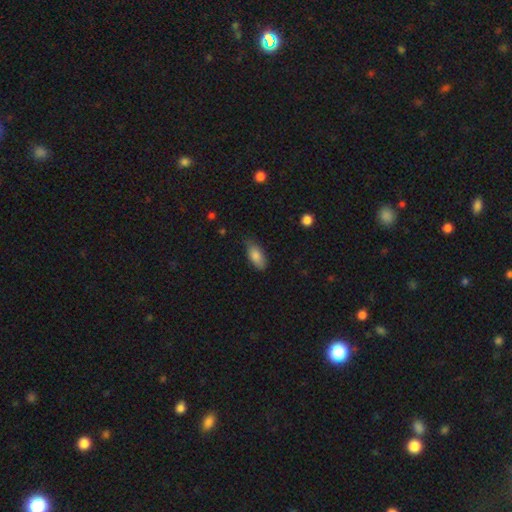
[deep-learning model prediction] The model was most divided on "merging": none: 67%, minor disturbance: 27%, major disturbance: 4%, merger: 1%. More confident: how rounded — in between (89%); smooth or featured — smooth (84%).